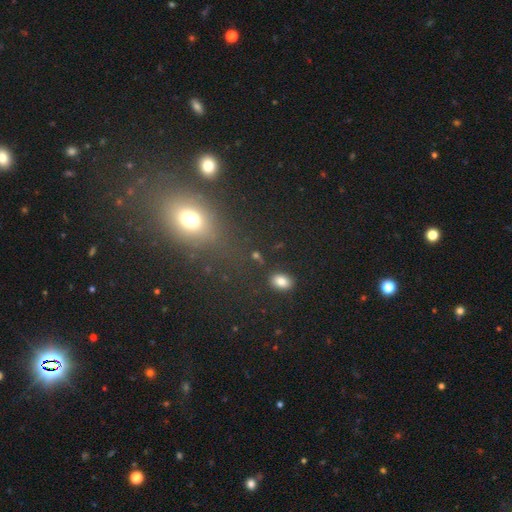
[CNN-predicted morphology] A smooth galaxy with no disk features (71%) that is in between round and cigar-shaped (66%). Merging: none (82%).